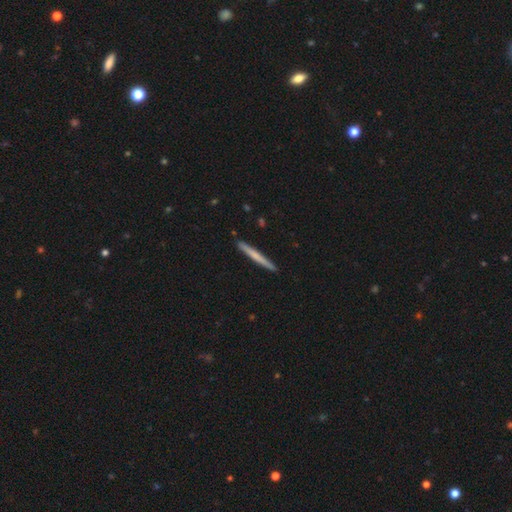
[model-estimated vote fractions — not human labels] Smooth or featured?
  - smooth: 59% *
  - featured or disk: 36%
  - star or artifact: 5%
How rounded?
  - cigar-shaped: 97% *
  - in between: 2%
  - round: 1%
Merging?
  - none: 92% *
  - minor disturbance: 6%
  - merger: 1%
  - major disturbance: 1%